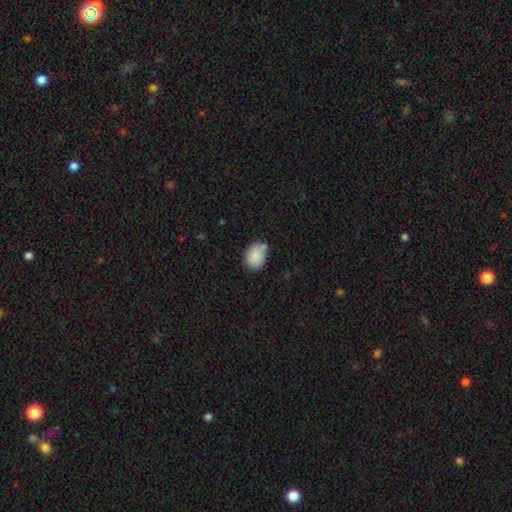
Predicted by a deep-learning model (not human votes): Smooth or featured? smooth (84%)
How rounded? in between (58%)
Merging? none (56%)